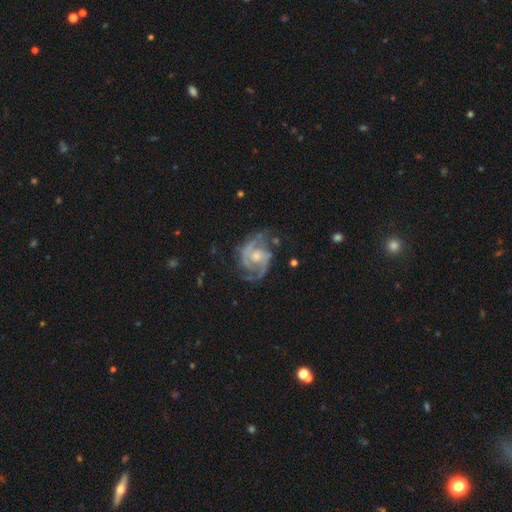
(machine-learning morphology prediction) The model was most divided on "bulge size": moderate: 49%, small: 39%, large: 5%, none: 5%, dominant: 1%. More confident: edge-on disk — no (98%); spiral arms — yes (96%); smooth or featured — featured or disk (89%); spiral arm count — 2 (69%); merging — none (65%); bar — no (64%); spiral winding — medium (51%).